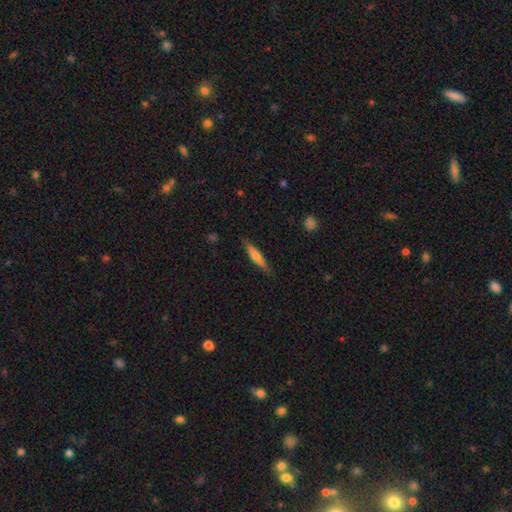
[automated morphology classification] Smooth or featured? smooth (54%)
How rounded? cigar-shaped (88%)
Merging? none (87%)